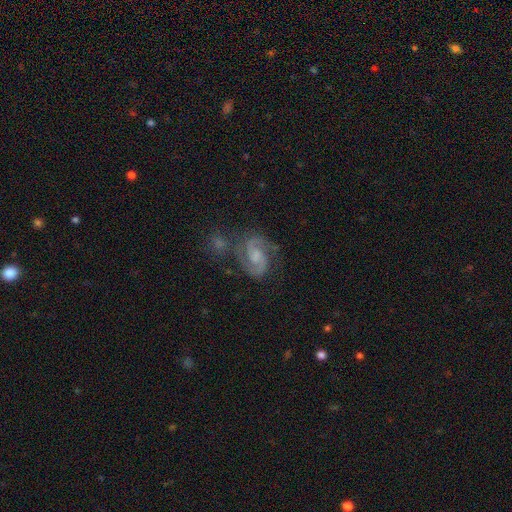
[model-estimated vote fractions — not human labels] Morphology: type=featured or disk (87%); edge-on=no (98%); bar=weak (46%); spiral arms=yes (97%); winding=medium (58%); arm count=2 (92%); bulge=small (37%); merging=none (66%).